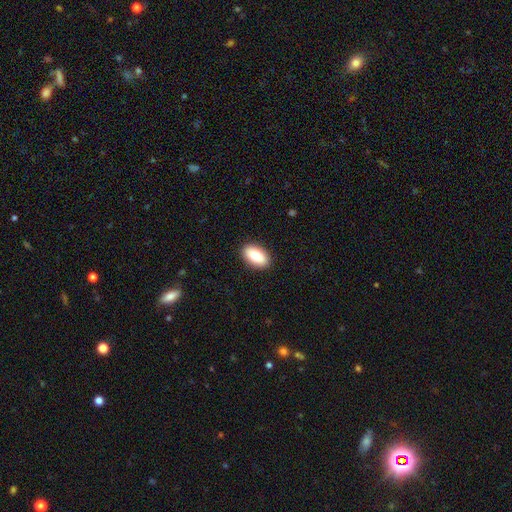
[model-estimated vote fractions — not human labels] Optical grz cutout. It shows a smooth galaxy with no disk features (83%) that is in between round and cigar-shaped (92%). Merging: none (90%).